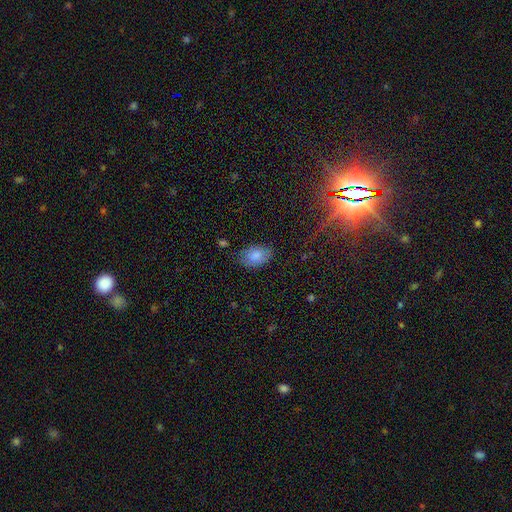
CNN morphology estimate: This is clearly a smooth galaxy (83%). How rounded: clearly in between (89%). Merging: likely none (72%).